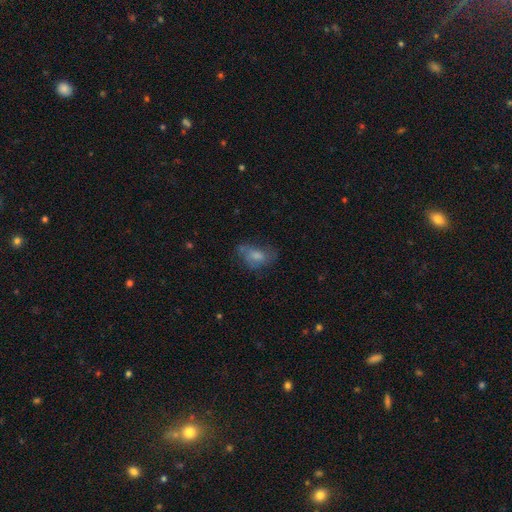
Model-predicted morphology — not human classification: The model was most divided on "merging": none: 45%, minor disturbance: 27%, major disturbance: 23%, merger: 4%. More confident: how rounded — in between (83%); smooth or featured — smooth (60%).